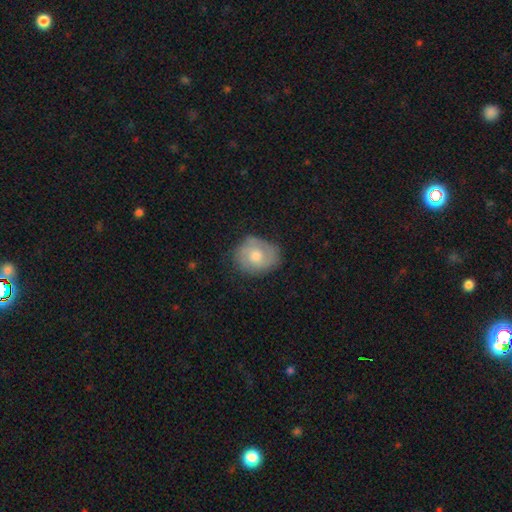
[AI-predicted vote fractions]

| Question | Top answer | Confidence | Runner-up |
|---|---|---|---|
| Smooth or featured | smooth | 52% | featured or disk (41%) |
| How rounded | round | 64% | in between (35%) |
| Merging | none | 70% | minor disturbance (22%) |